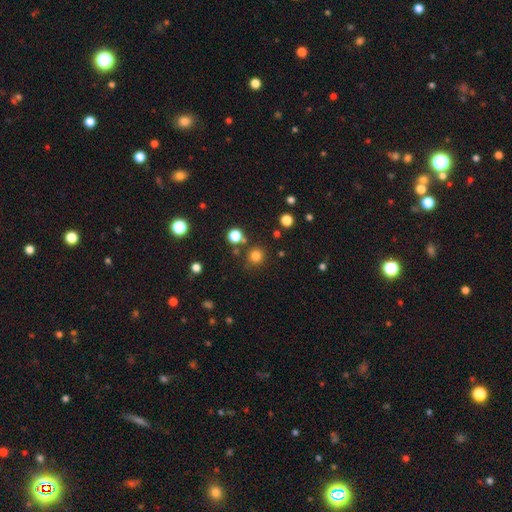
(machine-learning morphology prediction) type=smooth (78%); roundness=round (92%); merging=none (81%).